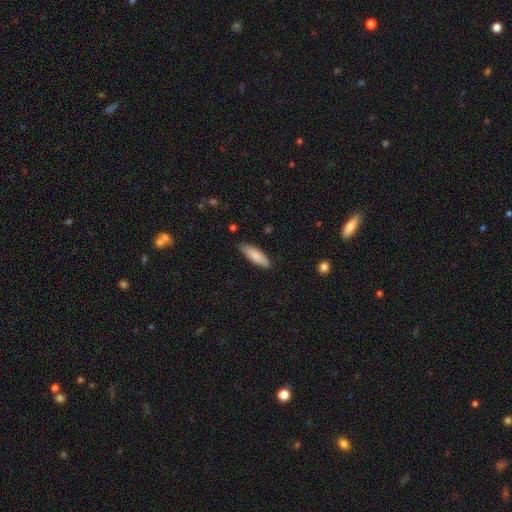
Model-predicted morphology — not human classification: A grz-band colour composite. It shows a smooth galaxy with no disk features (83%) that is cigar-shaped (56%). Merging: none (86%).